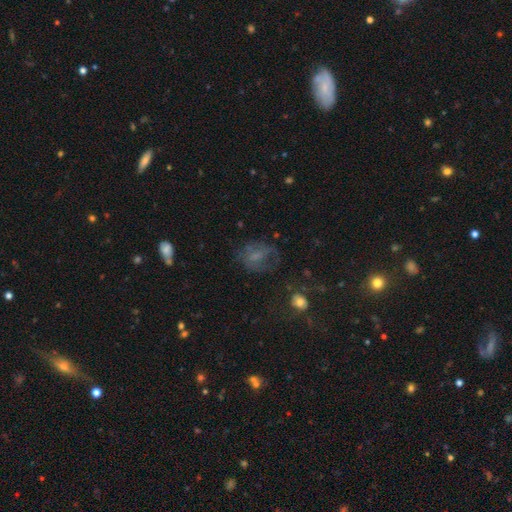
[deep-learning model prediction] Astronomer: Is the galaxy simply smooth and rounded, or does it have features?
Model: smooth — 43% (runner-up: featured or disk, 39%).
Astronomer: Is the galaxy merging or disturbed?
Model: none — 46% (runner-up: major disturbance, 28%).